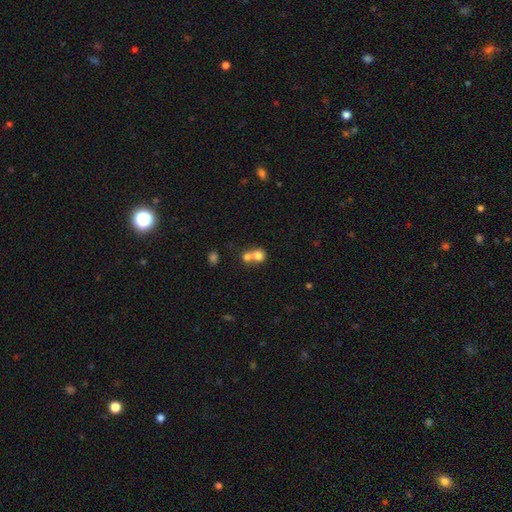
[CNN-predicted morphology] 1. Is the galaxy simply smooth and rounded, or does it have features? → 74% smooth, 15% featured or disk, 11% star or artifact.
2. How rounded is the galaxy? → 71% round, 28% in between, 1% cigar-shaped.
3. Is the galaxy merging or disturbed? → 65% merger, 26% none, 6% minor disturbance, 3% major disturbance.